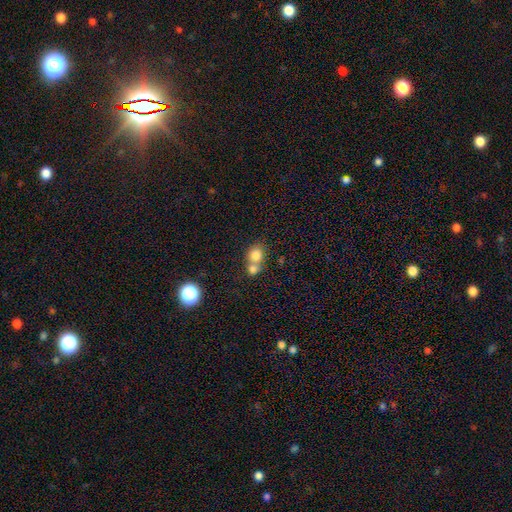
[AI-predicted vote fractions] This appears to be a smooth galaxy with no disk features (78%) that is round (72%). Merging: merger (58%).